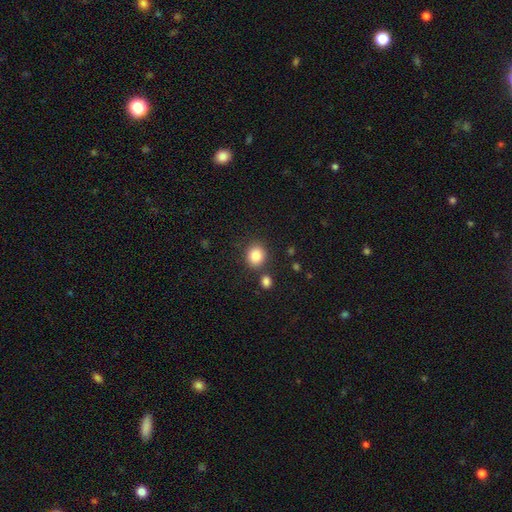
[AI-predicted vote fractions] This is clearly a smooth galaxy (85%). How rounded: likely round (74%). Merging: clearly none (80%).